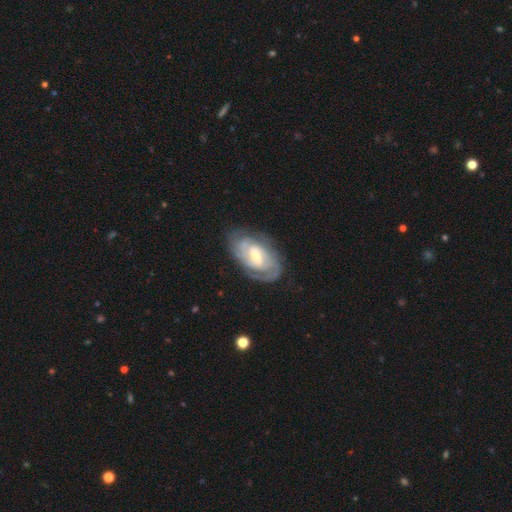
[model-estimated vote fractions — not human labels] This is clearly a featured or disk galaxy (80%). It is clearly not viewed edge-on (96%). Bar: possibly weak (51%). Spiral arm pattern: clearly yes (91%). Spiral arm count: possibly 2 (47%). Spiral winding: likely tight (61%). Central bulge: possibly moderate (47%). Merging: likely none (70%).